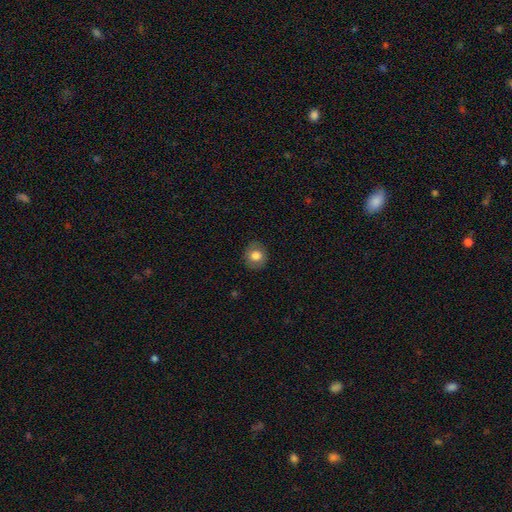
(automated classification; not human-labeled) Smooth or featured? Predicted: smooth (p=0.78). How rounded? Predicted: round (p=0.80). Merging? Predicted: none (p=0.87).